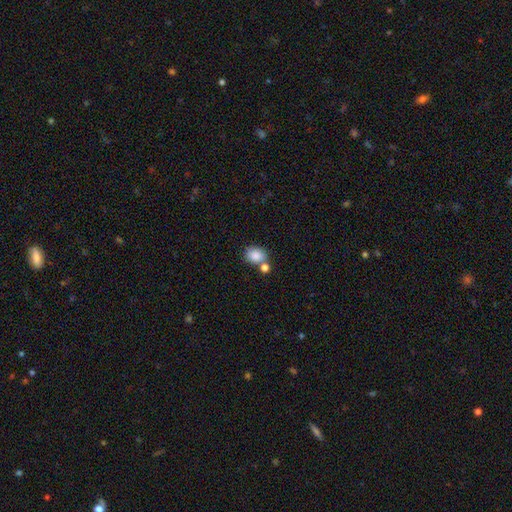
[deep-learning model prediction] A smooth galaxy with no disk features (85%) that is in between round and cigar-shaped (53%). Merging: none (59%).